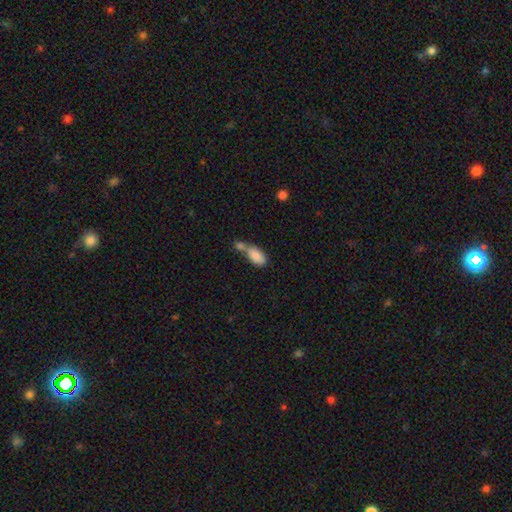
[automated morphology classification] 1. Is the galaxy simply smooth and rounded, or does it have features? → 84% smooth, 9% featured or disk, 8% star or artifact.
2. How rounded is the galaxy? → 88% in between, 8% cigar-shaped, 4% round.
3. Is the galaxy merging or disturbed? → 59% merger, 24% none, 11% minor disturbance, 6% major disturbance.